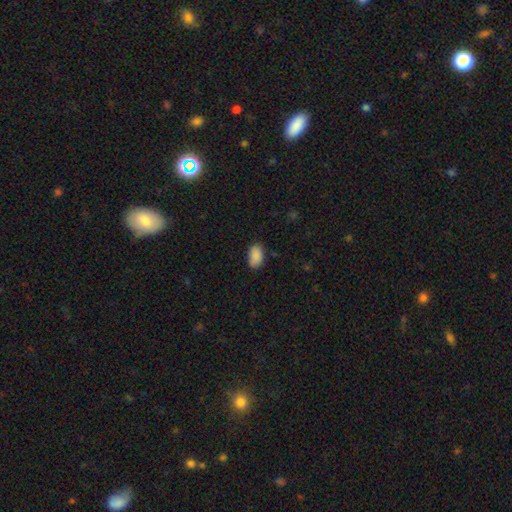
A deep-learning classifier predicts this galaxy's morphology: Smooth or featured?
  - smooth: 89% *
  - star or artifact: 7%
  - featured or disk: 3%
How rounded?
  - in between: 90% *
  - round: 9%
  - cigar-shaped: 1%
Merging?
  - none: 80% *
  - minor disturbance: 16%
  - major disturbance: 3%
  - merger: 1%